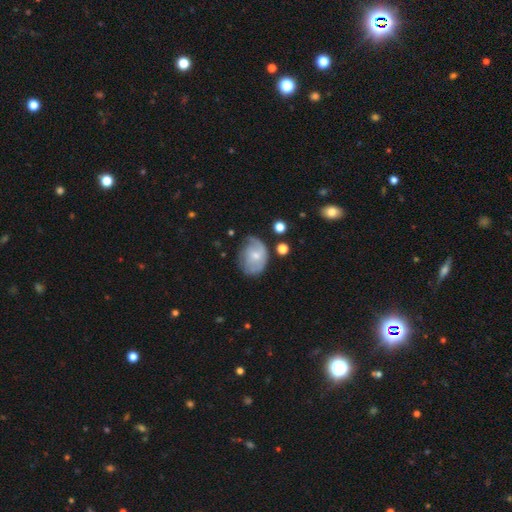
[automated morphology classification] The model was most divided on "smooth or featured": featured or disk: 47%, smooth: 46%, star or artifact: 8%. Remaining: merging — none (45%).